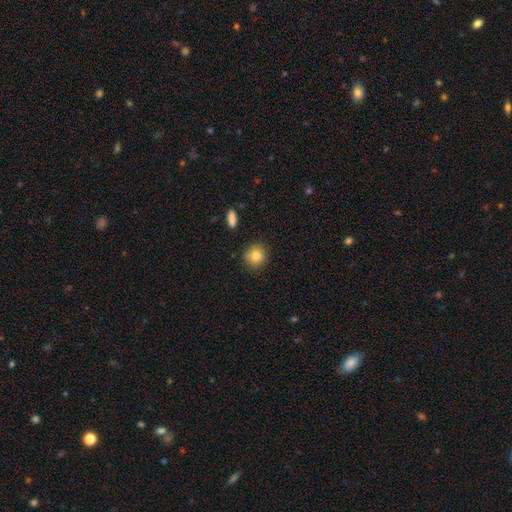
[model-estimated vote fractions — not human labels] A smooth galaxy with no disk features (83%) that is round (89%).

Vote fractions:
- Smooth or featured? smooth: 83% / star or artifact: 9% / featured or disk: 8%
- How rounded? round: 89% / in between: 10% / cigar-shaped: 1%
- Merging? none: 86% / minor disturbance: 9% / major disturbance: 2% / merger: 2%